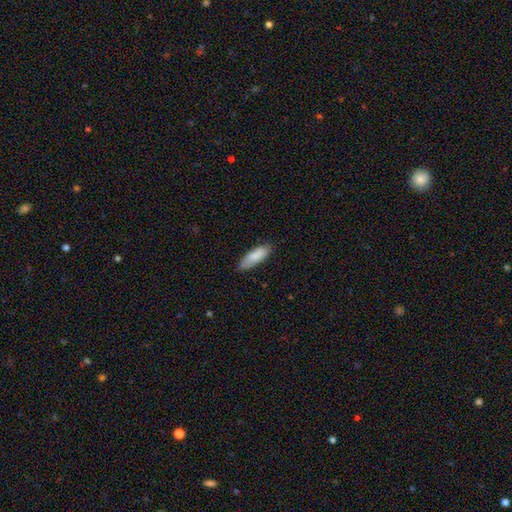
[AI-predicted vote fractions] A smooth galaxy with no disk features (86%) that is in between round and cigar-shaped (59%). Merging: none (81%).